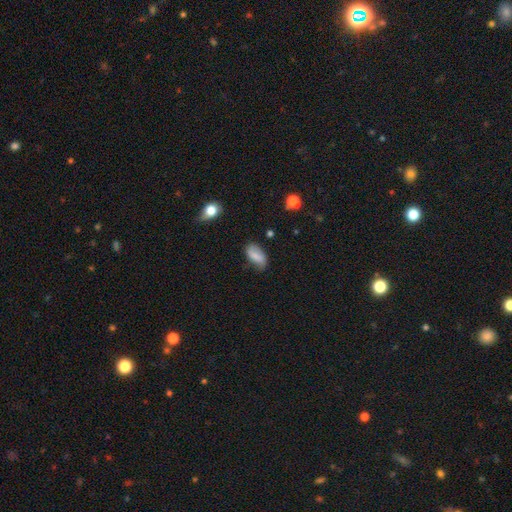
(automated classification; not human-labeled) A smooth galaxy with no disk features (72%) that is in between round and cigar-shaped (91%).

Vote fractions:
- Smooth or featured? smooth: 72% / featured or disk: 19% / star or artifact: 8%
- How rounded? in between: 91% / cigar-shaped: 5% / round: 4%
- Merging? none: 62% / minor disturbance: 28% / major disturbance: 7% / merger: 2%